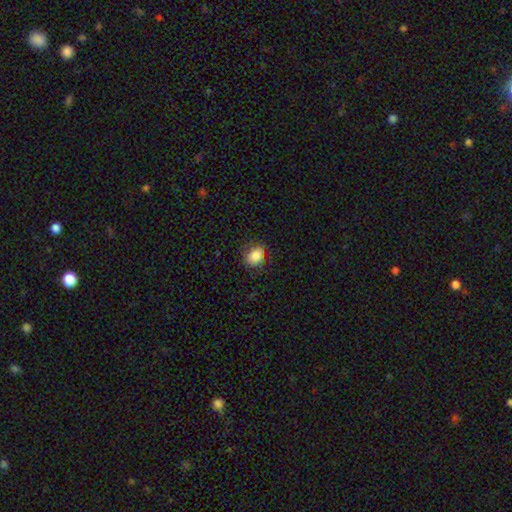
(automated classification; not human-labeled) Overall: smooth (84%). How rounded: in between (56%; round 43%). Merging: none (75%).